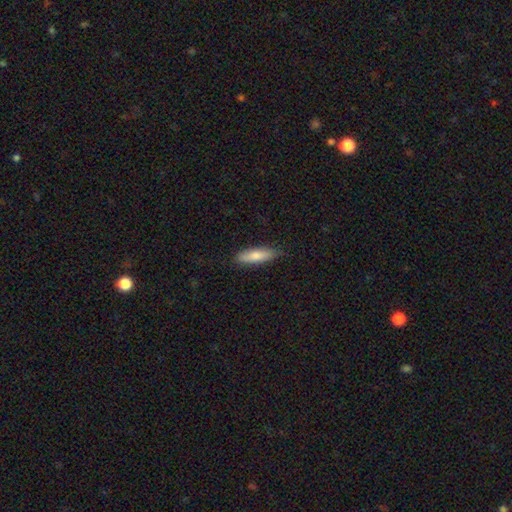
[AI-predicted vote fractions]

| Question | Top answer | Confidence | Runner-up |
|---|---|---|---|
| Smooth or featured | smooth | 78% | featured or disk (16%) |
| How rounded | cigar-shaped | 63% | in between (36%) |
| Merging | none | 83% | minor disturbance (14%) |